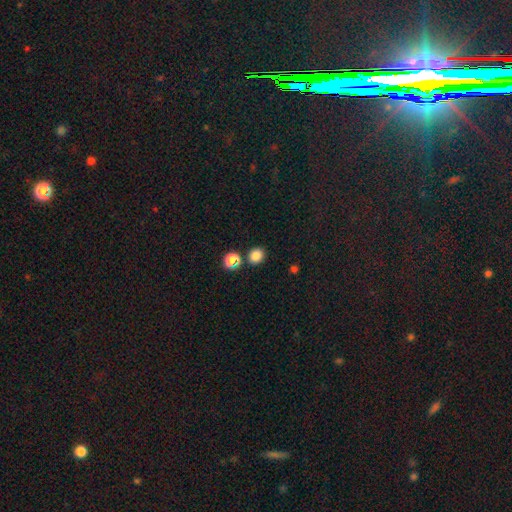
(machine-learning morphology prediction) smooth 82%, star or artifact 14%, featured or disk 4%. Down the decision tree: how rounded — round (73%); merging — none (81%).